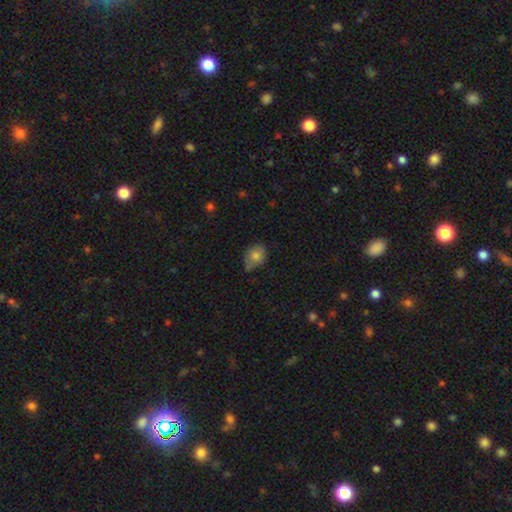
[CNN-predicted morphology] This appears to be a smooth galaxy with no disk features (77%) that is in between round and cigar-shaped (70%). Merging: none (56%).